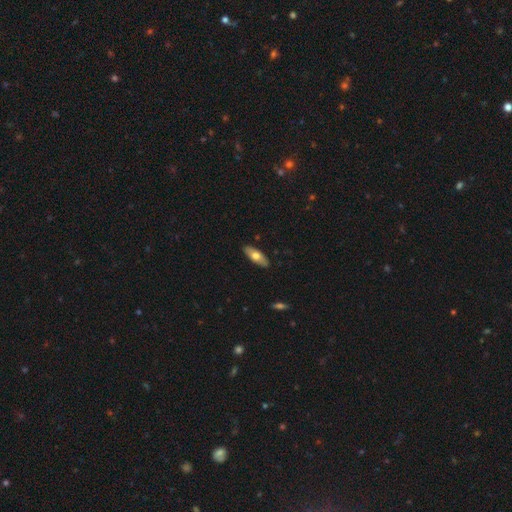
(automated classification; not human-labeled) This appears to be a smooth galaxy with no disk features (64%) that is in between round and cigar-shaped (71%). Merging: none (88%).